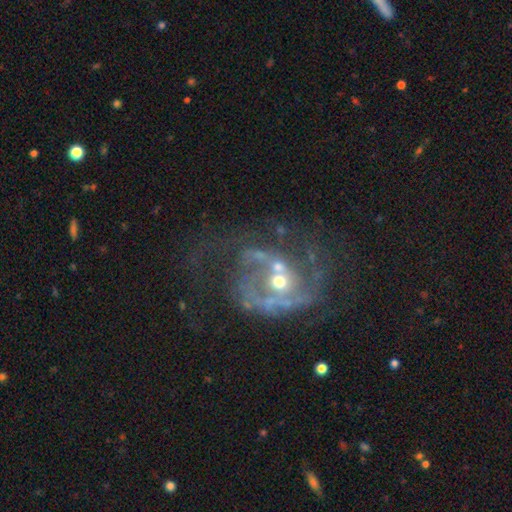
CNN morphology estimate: Q: Smooth or featured?
A: featured or disk (78%); runner-up: smooth (11%)
Q: Edge-on disk?
A: no (98%); runner-up: yes (2%)
Q: Bar?
A: no (77%); runner-up: weak (18%)
Q: Spiral arms?
A: yes (76%); runner-up: no (24%)
Q: Spiral winding?
A: medium (44%); runner-up: loose (29%)
Q: Spiral arm count?
A: 2 (40%); runner-up: can't tell (24%)
Q: Bulge size?
A: moderate (56%); runner-up: small (36%)
Q: Merging?
A: none (38%); runner-up: major disturbance (31%)